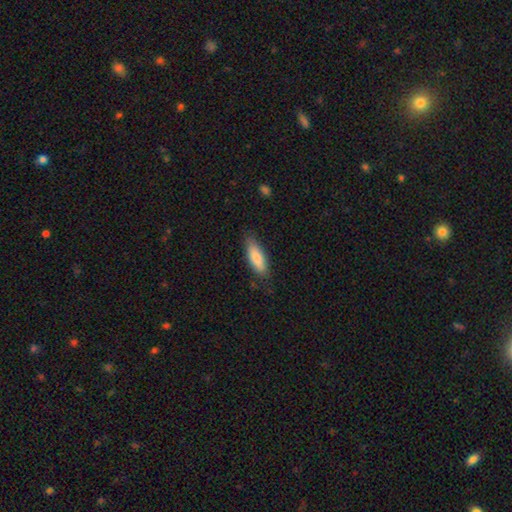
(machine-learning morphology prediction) This is clearly a smooth galaxy (83%). How rounded: possibly in between (56%). Merging: likely none (79%).